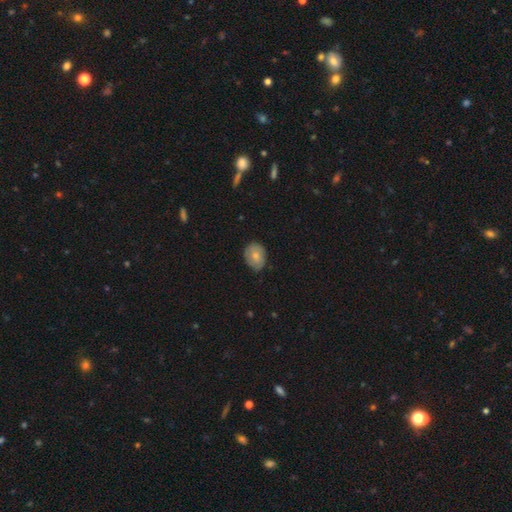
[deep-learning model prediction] A smooth galaxy with no disk features (65%) that is in between round and cigar-shaped (59%). Merging: none (74%).